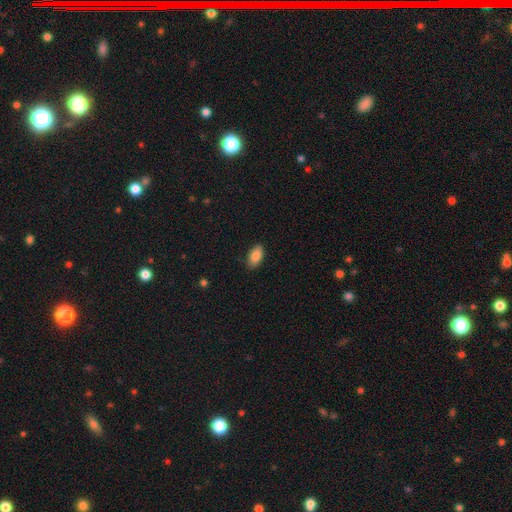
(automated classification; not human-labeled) A smooth galaxy with no disk features (87%) that is in between round and cigar-shaped (94%).

Vote fractions:
- Smooth or featured? smooth: 87% / star or artifact: 7% / featured or disk: 6%
- How rounded? in between: 94% / round: 3% / cigar-shaped: 3%
- Merging? none: 87% / minor disturbance: 10% / major disturbance: 2% / merger: 1%